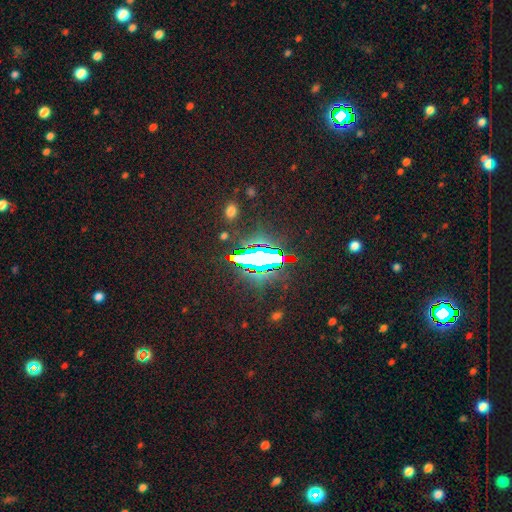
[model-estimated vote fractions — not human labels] A star or artifact, not a galaxy (70%).

Vote fractions:
- Smooth or featured? star or artifact: 70% / smooth: 17% / featured or disk: 13%